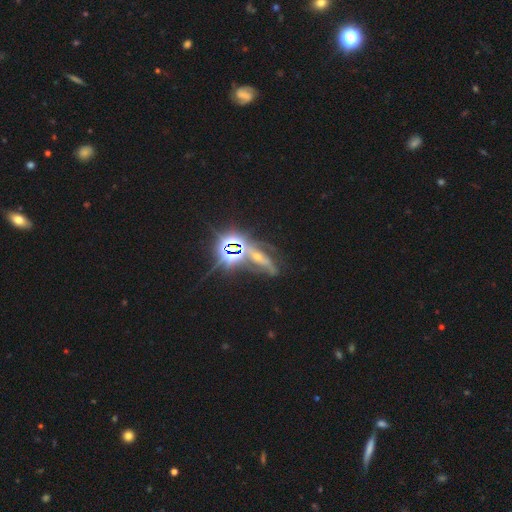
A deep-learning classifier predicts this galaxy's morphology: This is possibly a star or artifact rather than a galaxy (54%).